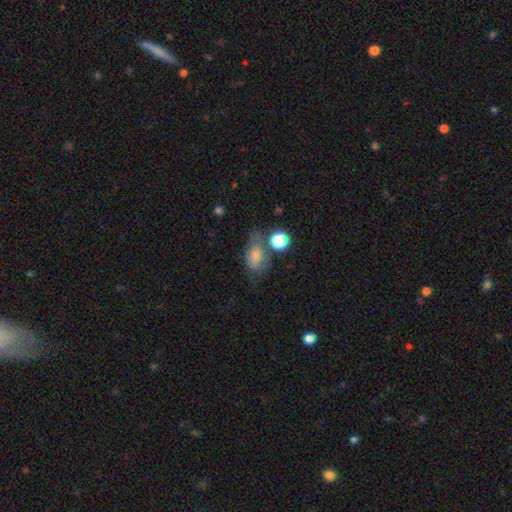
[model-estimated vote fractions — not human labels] Smooth or featured? Predicted: smooth (p=0.73). How rounded? Predicted: in between (p=0.82). Merging? Predicted: none (p=0.41).